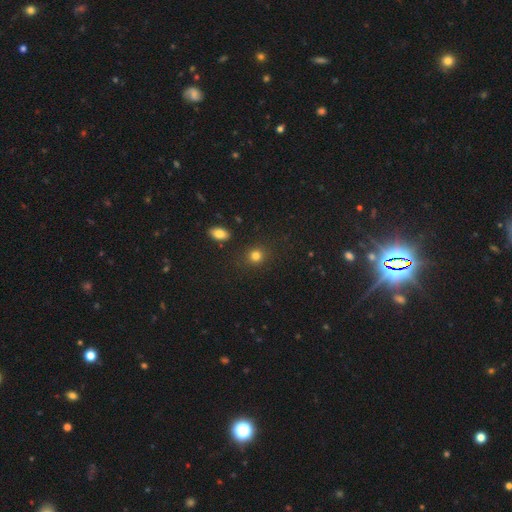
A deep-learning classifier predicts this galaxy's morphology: Smooth or featured? smooth (81%)
How rounded? round (82%)
Merging? none (87%)